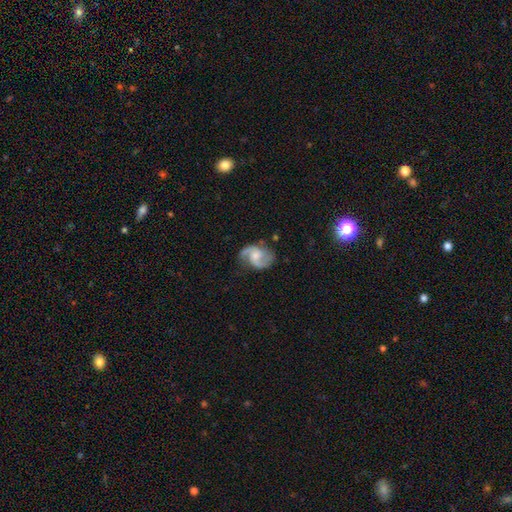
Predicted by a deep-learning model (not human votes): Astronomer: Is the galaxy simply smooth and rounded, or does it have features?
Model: featured or disk — 84%.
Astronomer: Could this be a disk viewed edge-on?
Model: no — 98%.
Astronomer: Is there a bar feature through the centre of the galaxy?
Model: no — 52% (runner-up: weak, 41%).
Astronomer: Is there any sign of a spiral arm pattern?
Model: yes — 97%.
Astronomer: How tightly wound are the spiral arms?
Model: medium — 51% (runner-up: loose, 34%).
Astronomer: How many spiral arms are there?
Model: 2 — 89%.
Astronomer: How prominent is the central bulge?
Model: moderate — 47% (runner-up: small, 30%).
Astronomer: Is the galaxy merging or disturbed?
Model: none — 67%.